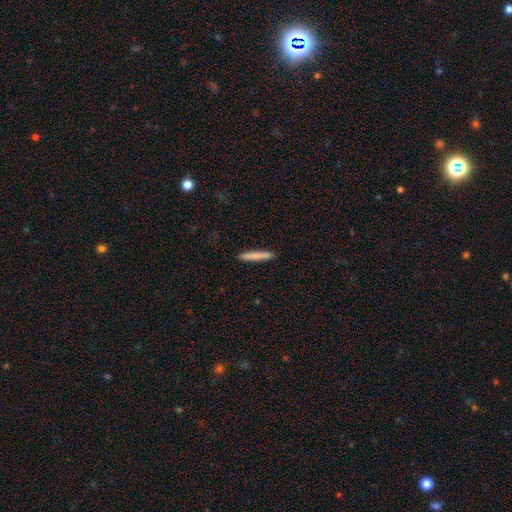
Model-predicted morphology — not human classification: smooth_or_featured: smooth (p=0.82) [alt: featured or disk p=0.12]
how_rounded: cigar-shaped (p=0.95) [alt: in between p=0.04]
merging: none (p=0.92) [alt: minor disturbance p=0.05]